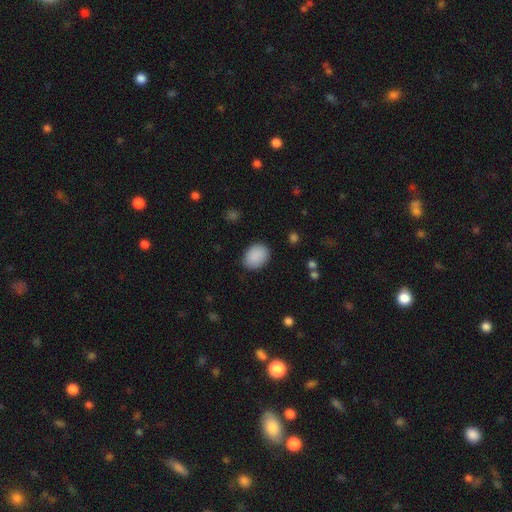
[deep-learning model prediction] A smooth galaxy with no disk features (90%) that is in between round and cigar-shaped (72%). Merging: none (86%).